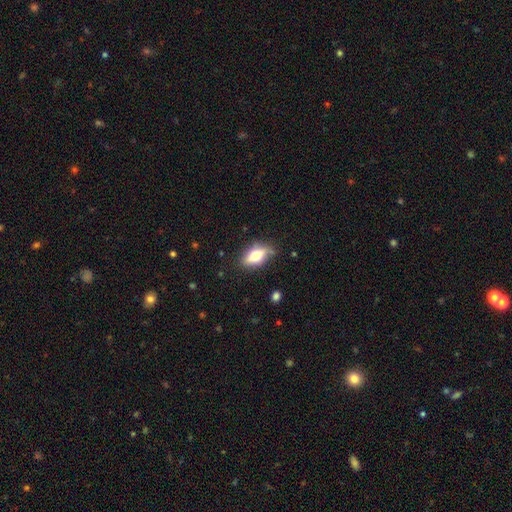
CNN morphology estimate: A smooth galaxy with no disk features (56%) that is in between round and cigar-shaped (79%). Merging: none (76%).